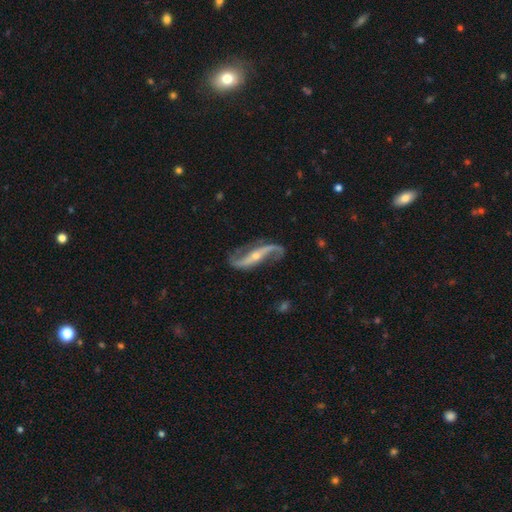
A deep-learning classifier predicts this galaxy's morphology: smooth_or_featured: featured or disk (p=0.91) [alt: smooth p=0.05]
disk_edge_on: no (p=0.92) [alt: yes p=0.08]
bar: strong (p=0.44) [alt: no p=0.33]
has_spiral_arms: yes (p=0.96) [alt: no p=0.04]
spiral_winding: loose (p=0.79) [alt: medium p=0.15]
spiral_arm_count: 2 (p=0.93) [alt: 1 p=0.03]
bulge_size: small (p=0.60) [alt: moderate p=0.36]
merging: none (p=0.77) [alt: minor disturbance p=0.14]